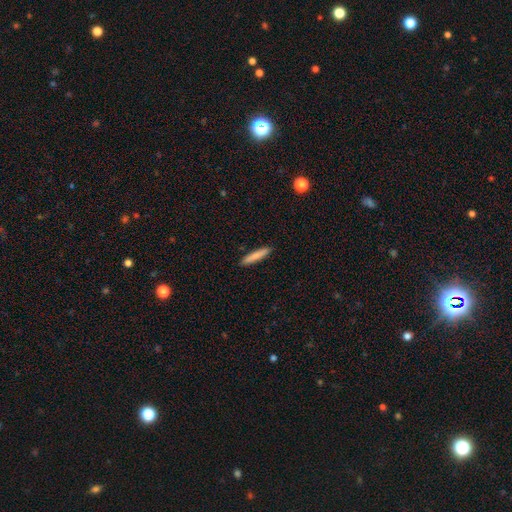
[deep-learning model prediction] smooth_or_featured: smooth (p=0.83) [alt: featured or disk p=0.12]
how_rounded: cigar-shaped (p=0.91) [alt: in between p=0.07]
merging: none (p=0.91) [alt: minor disturbance p=0.06]